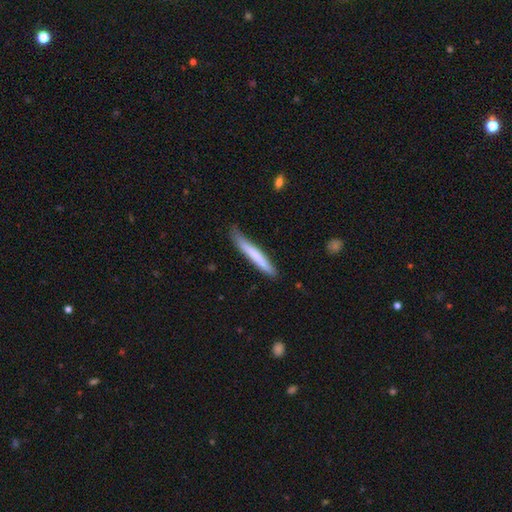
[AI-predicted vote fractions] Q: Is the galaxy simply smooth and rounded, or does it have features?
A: smooth — 70%.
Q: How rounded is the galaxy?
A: cigar-shaped — 96%.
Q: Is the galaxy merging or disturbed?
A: none — 73%.